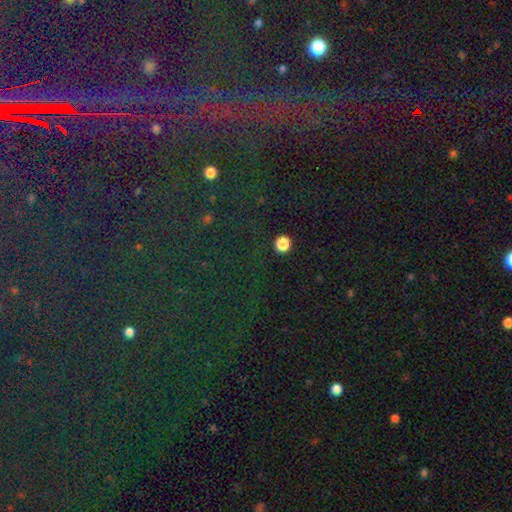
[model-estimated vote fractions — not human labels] The model was most divided on "smooth or featured": star or artifact: 81%, smooth: 11%, featured or disk: 8%.